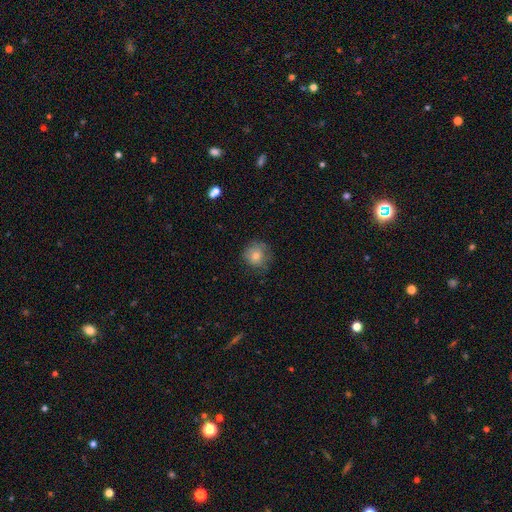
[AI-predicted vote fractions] Smooth or featured?
  - smooth: 72% *
  - featured or disk: 18%
  - star or artifact: 11%
How rounded?
  - round: 89% *
  - in between: 10%
  - cigar-shaped: 1%
Merging?
  - none: 69% *
  - minor disturbance: 22%
  - major disturbance: 8%
  - merger: 1%